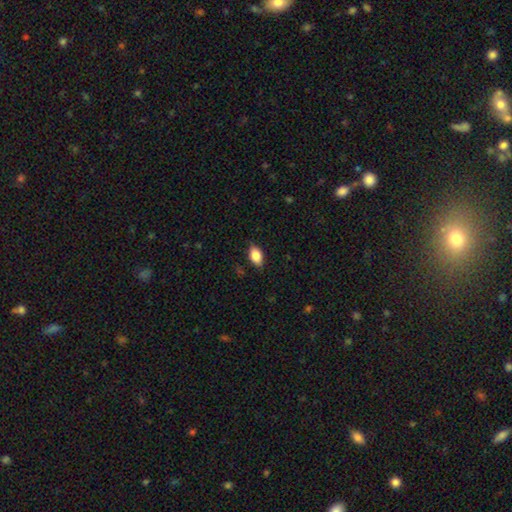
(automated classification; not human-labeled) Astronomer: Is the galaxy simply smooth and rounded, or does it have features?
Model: smooth — 84%.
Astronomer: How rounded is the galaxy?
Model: in between — 89%.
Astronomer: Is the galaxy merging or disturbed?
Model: none — 84%.